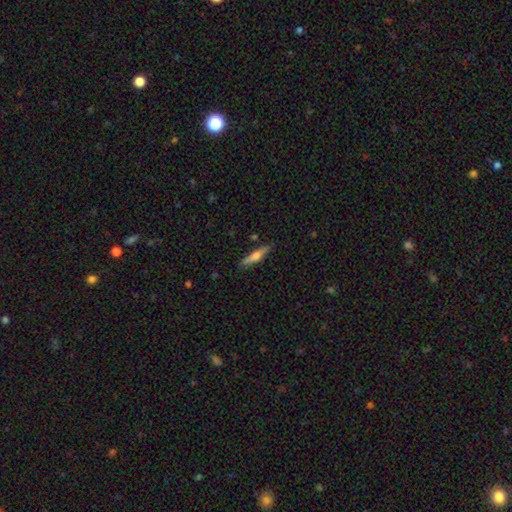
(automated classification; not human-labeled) Smooth or featured? smooth (54%)
How rounded? cigar-shaped (84%)
Merging? none (86%)